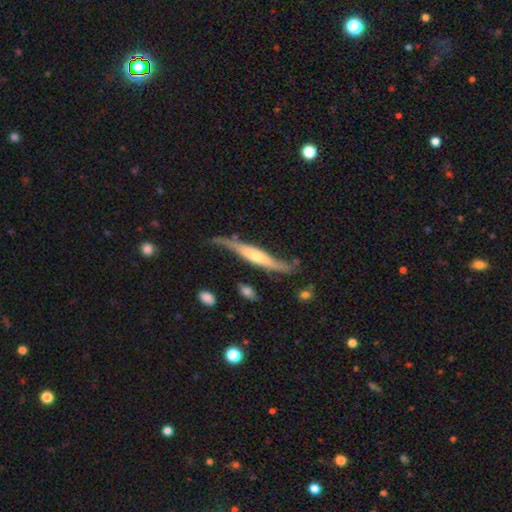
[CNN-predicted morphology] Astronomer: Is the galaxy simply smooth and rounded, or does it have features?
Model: featured or disk — 67%.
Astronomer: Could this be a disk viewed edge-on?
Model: yes — 86%.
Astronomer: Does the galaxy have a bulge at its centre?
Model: rounded — 72%.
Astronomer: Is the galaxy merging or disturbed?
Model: none — 63%.